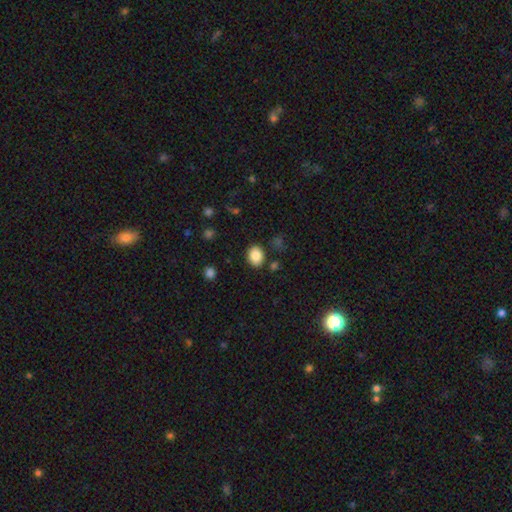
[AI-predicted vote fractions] A smooth galaxy with no disk features (85%) that is in between round and cigar-shaped (51%). Merging: none (84%).